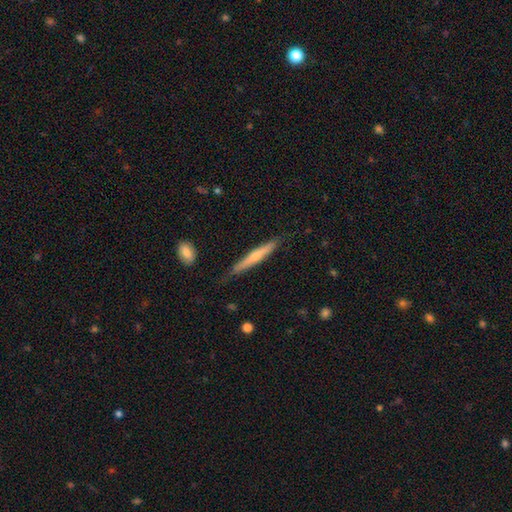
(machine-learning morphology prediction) The model was most divided on "smooth or featured": featured or disk: 53%, smooth: 41%, star or artifact: 6%. More confident: edge-on disk — yes (95%); merging — none (83%); edge-on bulge — rounded (70%).